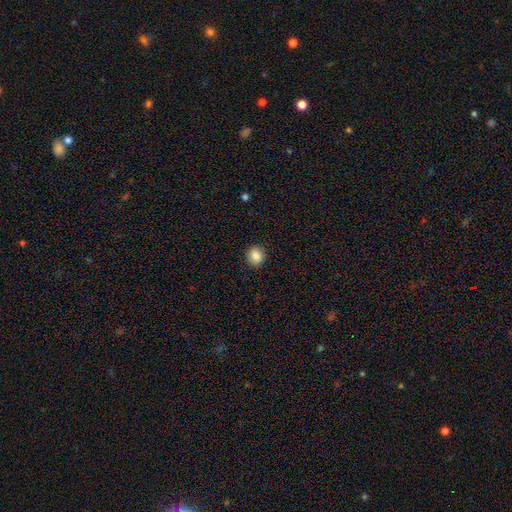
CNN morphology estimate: Smooth or featured? smooth (85%)
How rounded? round (81%)
Merging? none (91%)